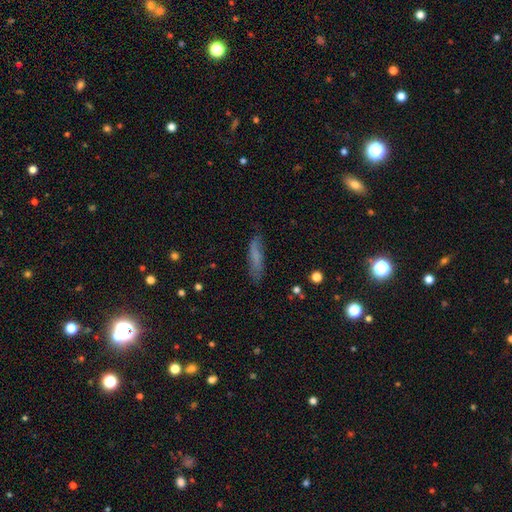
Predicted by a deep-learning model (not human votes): Smooth or featured: smooth — 66% (featured or disk — 24%)
How rounded: cigar-shaped — 74% (in between — 24%)
Merging: none — 73% (minor disturbance — 20%)